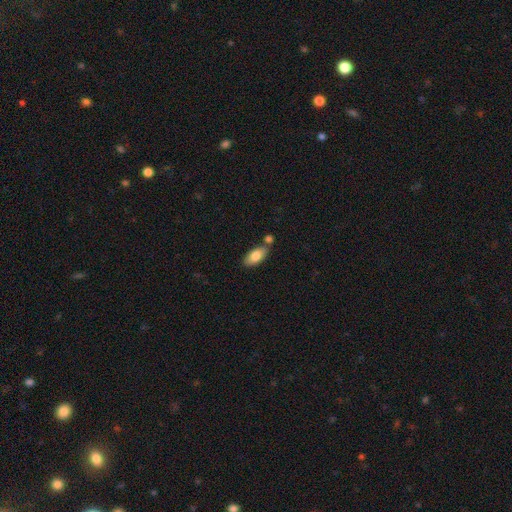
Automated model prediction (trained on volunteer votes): Q: Smooth or featured?
A: smooth (81%); runner-up: featured or disk (12%)
Q: How rounded?
A: in between (90%); runner-up: cigar-shaped (7%)
Q: Merging?
A: none (67%); runner-up: merger (17%)